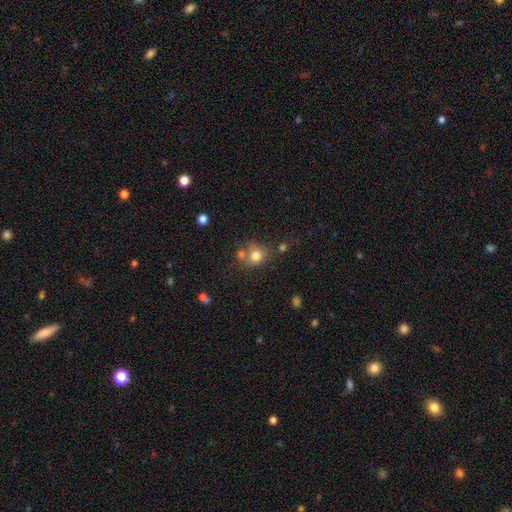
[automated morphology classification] A smooth galaxy with no disk features (78%) that is round (76%). Merging: none (56%).